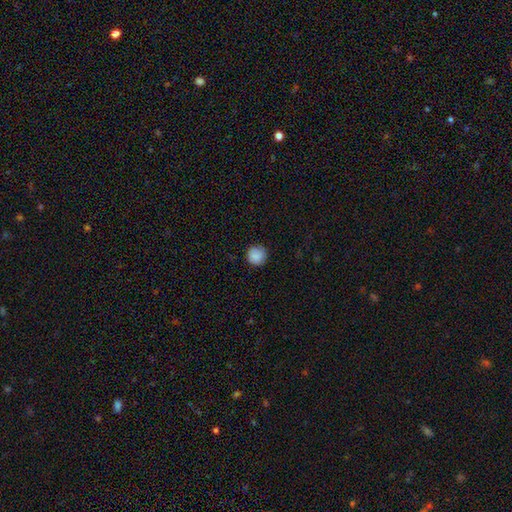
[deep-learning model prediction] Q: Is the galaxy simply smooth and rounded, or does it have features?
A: smooth — 88%.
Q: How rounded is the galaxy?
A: round — 95%.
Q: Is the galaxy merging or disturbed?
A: none — 88%.